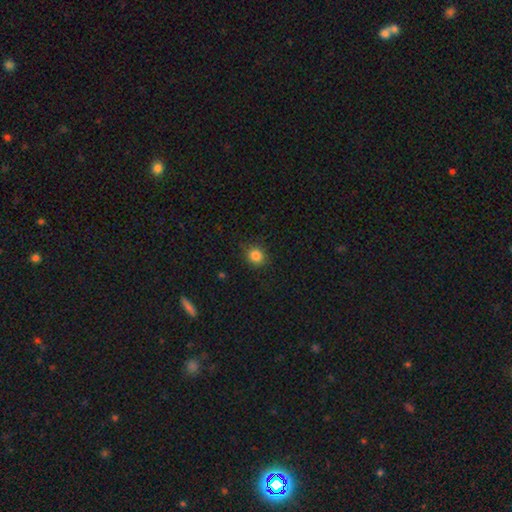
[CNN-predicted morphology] A smooth galaxy with no disk features (84%) that is round (83%).

Vote fractions:
- Smooth or featured? smooth: 84% / star or artifact: 11% / featured or disk: 5%
- How rounded? round: 83% / in between: 16% / cigar-shaped: 1%
- Merging? none: 88% / minor disturbance: 9% / major disturbance: 2% / merger: 1%